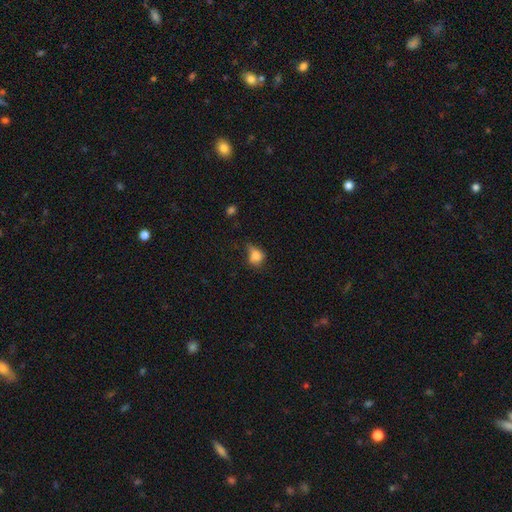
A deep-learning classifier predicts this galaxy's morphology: type=smooth (79%); roundness=round (50%); merging=minor disturbance (38%).